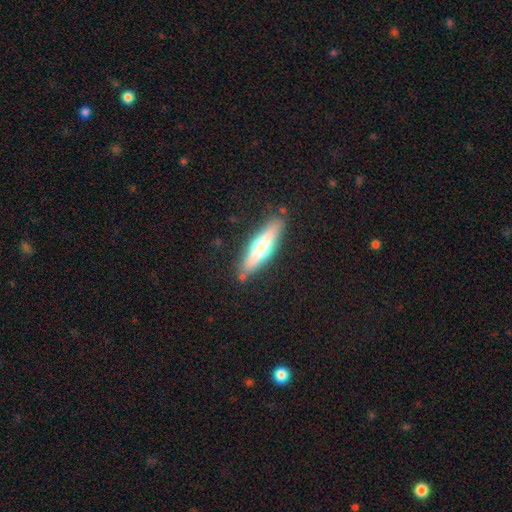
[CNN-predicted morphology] The model was most divided on "smooth or featured": featured or disk: 50%, smooth: 44%, star or artifact: 6%. More confident: merging — none (83%).